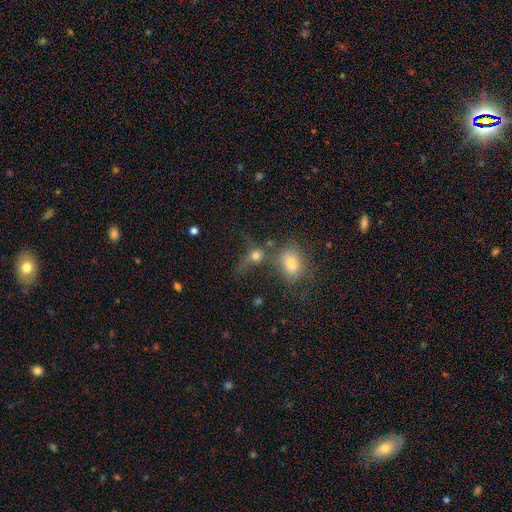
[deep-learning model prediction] Smooth or featured? Predicted: smooth (p=0.67). How rounded? Predicted: round (p=0.59). Merging? Predicted: merger (p=0.36).